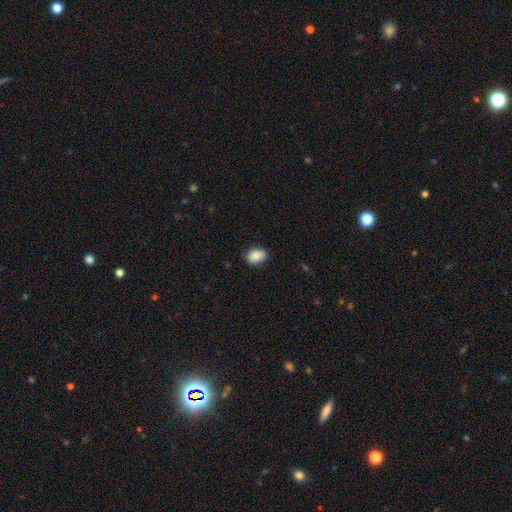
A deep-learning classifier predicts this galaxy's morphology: Smooth or featured? Predicted: smooth (p=0.84). How rounded? Predicted: in between (p=0.80). Merging? Predicted: none (p=0.82).